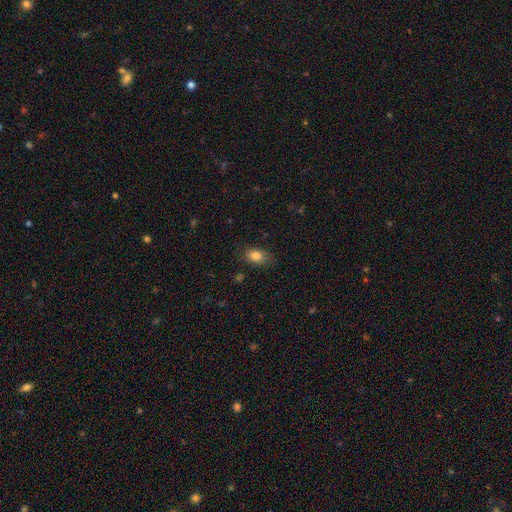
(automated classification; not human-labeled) A smooth galaxy with no disk features (83%) that is in between round and cigar-shaped (85%).

Vote fractions:
- Smooth or featured? smooth: 83% / star or artifact: 9% / featured or disk: 8%
- How rounded? in between: 85% / round: 13% / cigar-shaped: 2%
- Merging? none: 80% / minor disturbance: 15% / major disturbance: 4% / merger: 1%